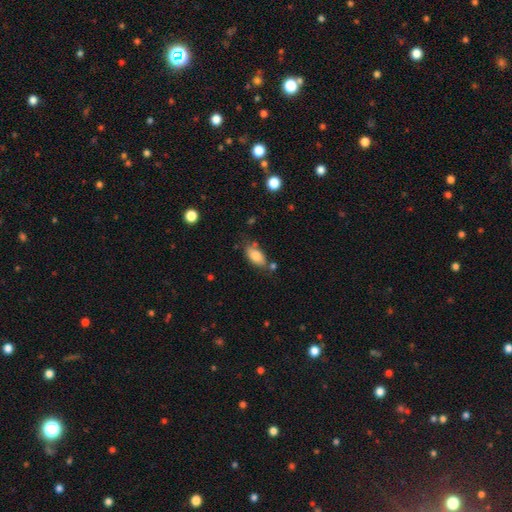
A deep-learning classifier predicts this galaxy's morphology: Smooth or featured?
  - smooth: 81% *
  - featured or disk: 12%
  - star or artifact: 7%
How rounded?
  - in between: 89% *
  - cigar-shaped: 8%
  - round: 3%
Merging?
  - none: 65% *
  - minor disturbance: 21%
  - merger: 9%
  - major disturbance: 6%